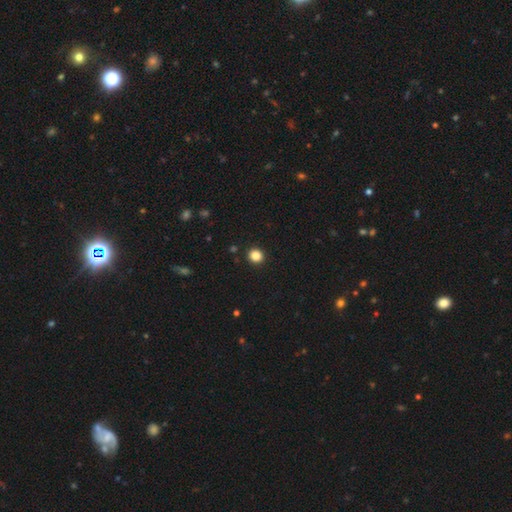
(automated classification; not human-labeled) A smooth galaxy with no disk features (85%) that is round (88%).

Vote fractions:
- Smooth or featured? smooth: 85% / star or artifact: 11% / featured or disk: 3%
- How rounded? round: 88% / in between: 12% / cigar-shaped: 1%
- Merging? none: 93% / minor disturbance: 5% / major disturbance: 2% / merger: 1%